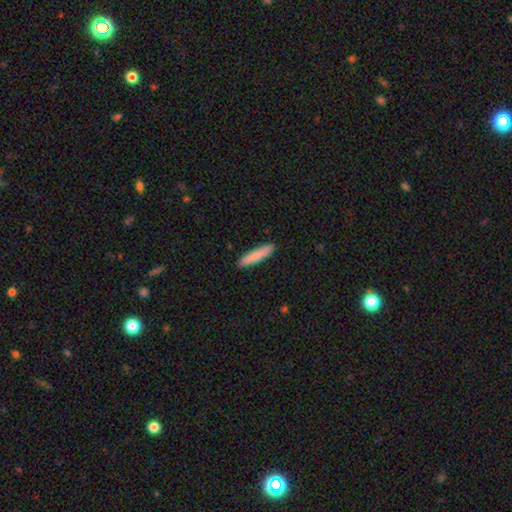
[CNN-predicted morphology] Smooth or featured? smooth (84%)
How rounded? cigar-shaped (88%)
Merging? none (91%)